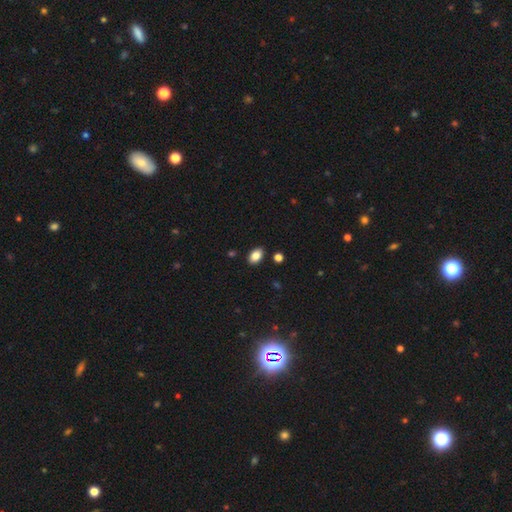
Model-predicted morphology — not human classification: A smooth galaxy with no disk features (85%) that is in between round and cigar-shaped (89%).

Vote fractions:
- Smooth or featured? smooth: 85% / star or artifact: 9% / featured or disk: 6%
- How rounded? in between: 89% / round: 10% / cigar-shaped: 1%
- Merging? none: 88% / minor disturbance: 8% / merger: 2% / major disturbance: 2%